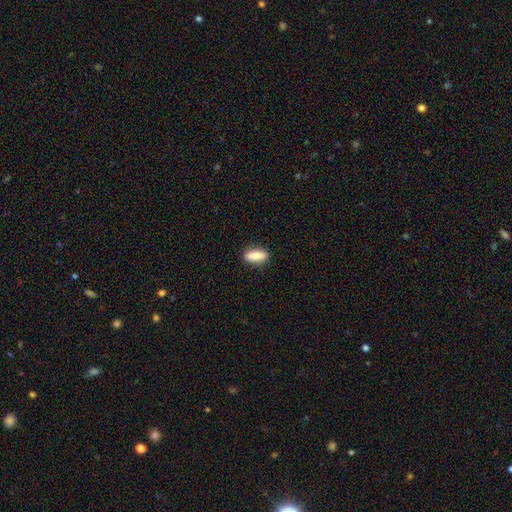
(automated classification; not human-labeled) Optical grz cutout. It shows a smooth galaxy with no disk features (79%) that is in between round and cigar-shaped (59%). Merging: none (88%).